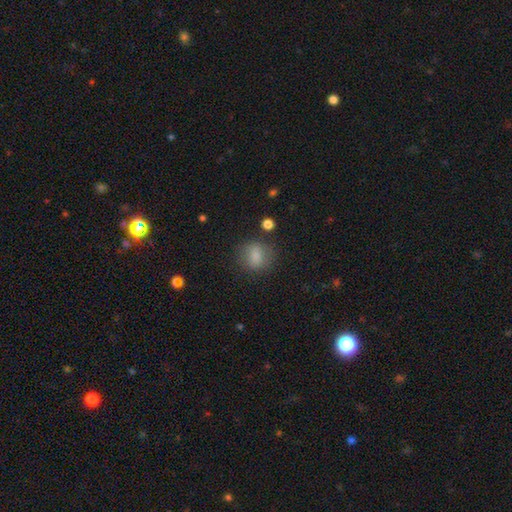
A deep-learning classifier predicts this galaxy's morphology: Q: Smooth or featured?
A: smooth (80%); runner-up: star or artifact (10%)
Q: How rounded?
A: round (61%); runner-up: in between (37%)
Q: Merging?
A: none (75%); runner-up: minor disturbance (15%)